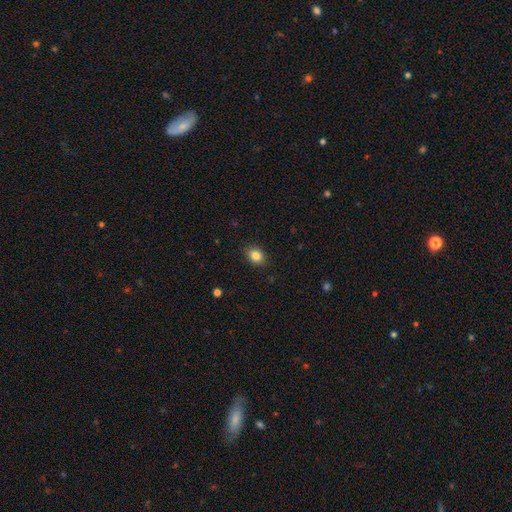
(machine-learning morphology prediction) Smooth or featured? smooth (85%)
How rounded? in between (68%)
Merging? none (88%)